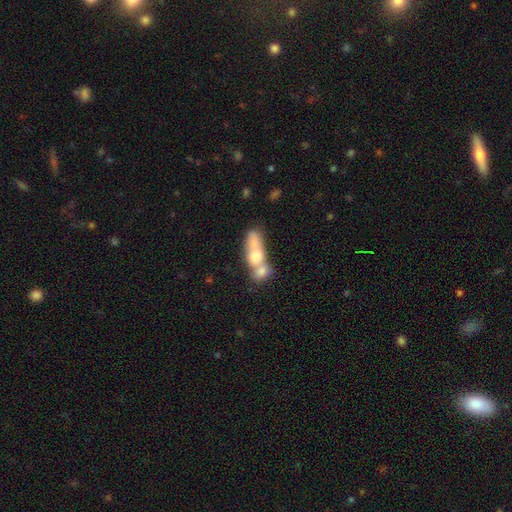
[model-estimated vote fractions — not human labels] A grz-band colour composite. It shows a smooth galaxy with no disk features (60%) that is in between round and cigar-shaped (63%). Merging: merger (72%).